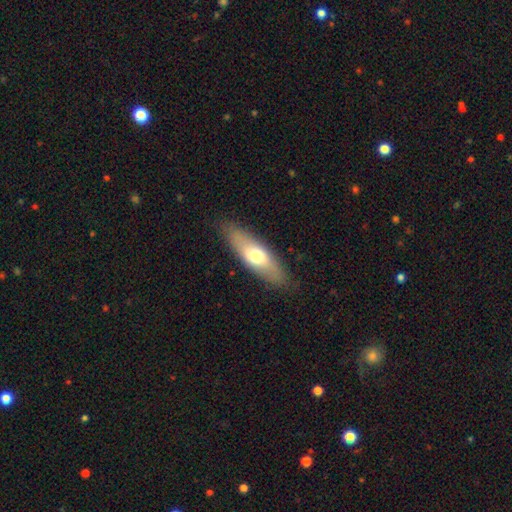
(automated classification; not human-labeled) Smooth or featured?
  - smooth: 61% *
  - featured or disk: 33%
  - star or artifact: 6%
How rounded?
  - in between: 54% *
  - cigar-shaped: 43%
  - round: 2%
Merging?
  - none: 85% *
  - minor disturbance: 11%
  - major disturbance: 3%
  - merger: 1%